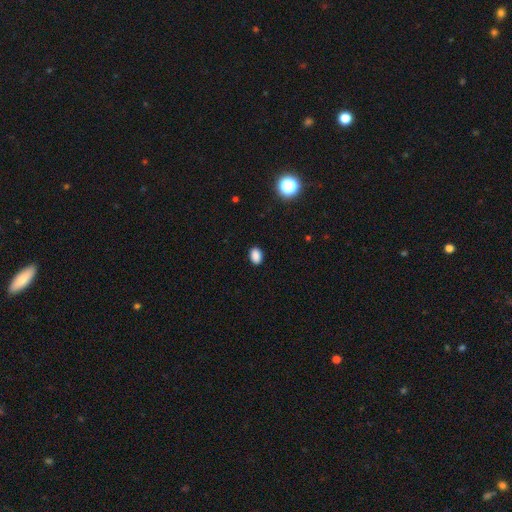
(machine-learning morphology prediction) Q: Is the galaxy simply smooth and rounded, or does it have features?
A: smooth — 87%.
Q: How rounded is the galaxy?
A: in between — 82%.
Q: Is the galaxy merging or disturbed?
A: none — 89%.